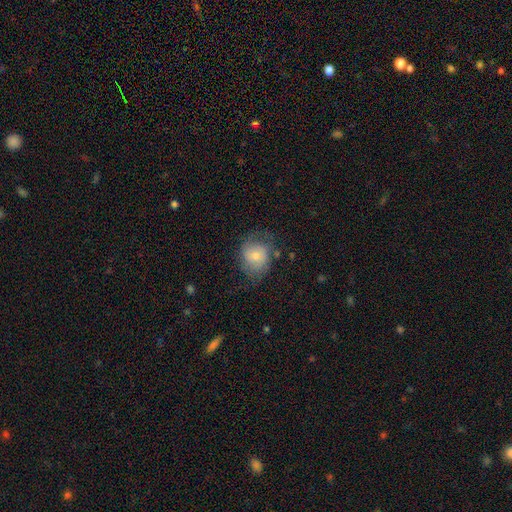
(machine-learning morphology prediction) smooth-or-featured: smooth: 62% | featured or disk: 30% | star or artifact: 8%
  how-rounded: round: 63% | in between: 36% | cigar-shaped: 1%
  merging: none: 57% | minor disturbance: 26% | major disturbance: 15% | merger: 2%